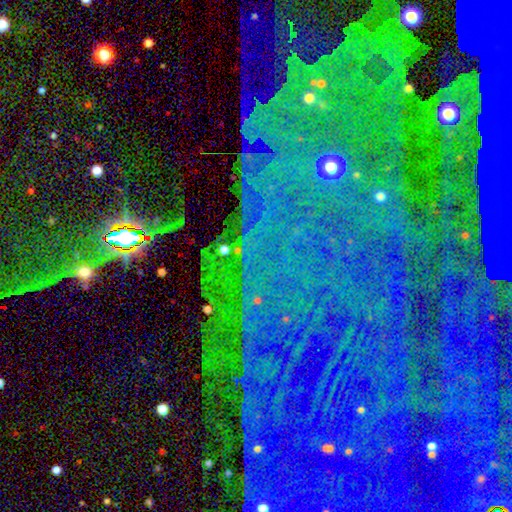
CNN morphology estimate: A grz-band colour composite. It shows a star or artifact, not a galaxy (82%).